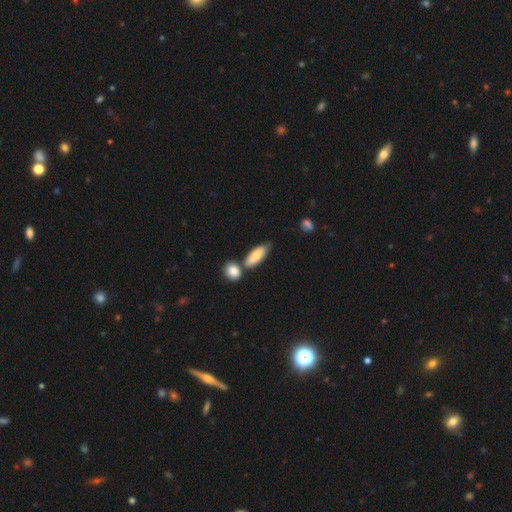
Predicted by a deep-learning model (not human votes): Smooth or featured: smooth — 76% (featured or disk — 18%)
How rounded: in between — 72% (cigar-shaped — 25%)
Merging: none — 52% (merger — 26%)